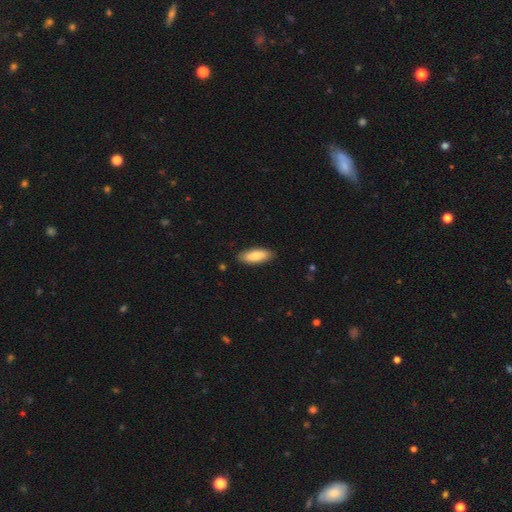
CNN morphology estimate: This is clearly a smooth galaxy (81%). How rounded: likely in between (74%). Merging: clearly none (86%).